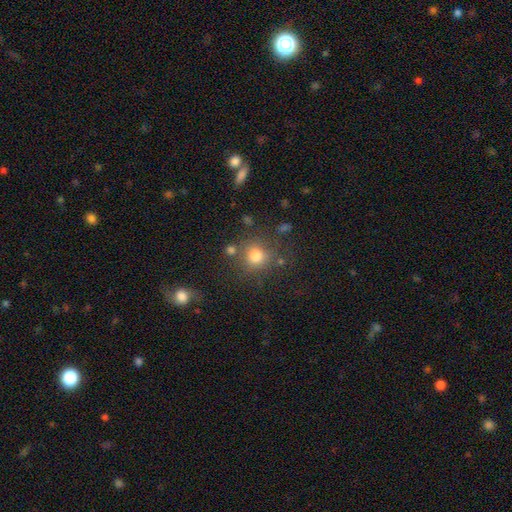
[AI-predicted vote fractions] smooth_or_featured: smooth (p=0.78) [alt: star or artifact p=0.14]
how_rounded: round (p=0.88) [alt: in between p=0.11]
merging: none (p=0.74) [alt: minor disturbance p=0.12]